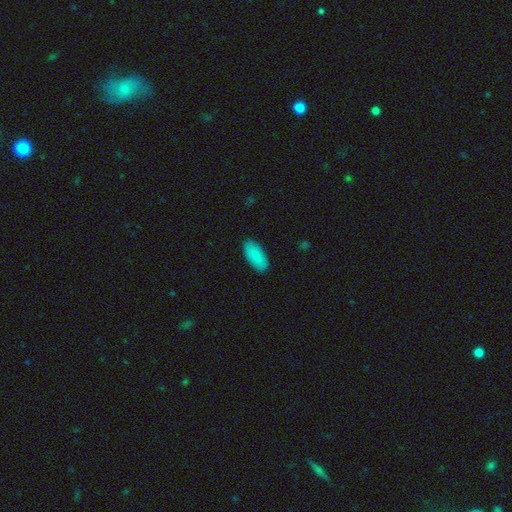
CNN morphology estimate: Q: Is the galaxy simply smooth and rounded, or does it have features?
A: smooth — 87%.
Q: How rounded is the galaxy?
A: in between — 89%.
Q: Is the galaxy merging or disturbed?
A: none — 88%.